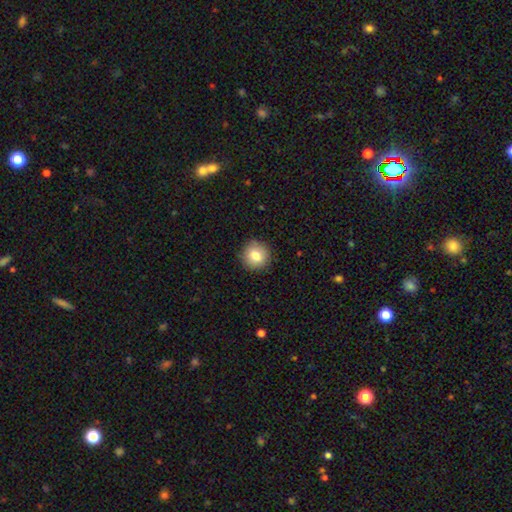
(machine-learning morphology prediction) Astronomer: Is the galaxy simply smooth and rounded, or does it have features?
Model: smooth — 82%.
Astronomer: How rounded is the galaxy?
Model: round — 91%.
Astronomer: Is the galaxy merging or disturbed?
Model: none — 89%.